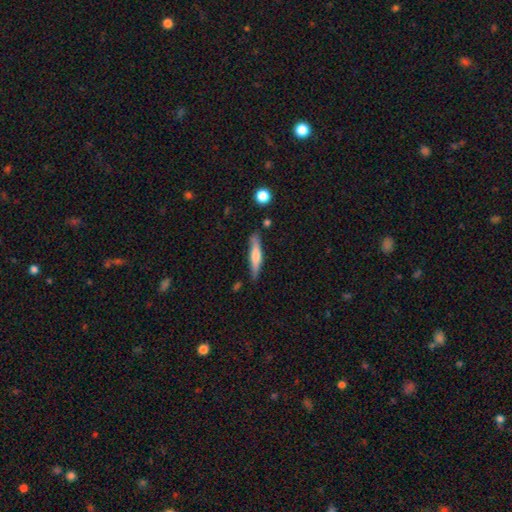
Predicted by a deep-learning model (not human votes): A smooth galaxy with no disk features (50%) that is cigar-shaped (87%). Merging: none (82%).